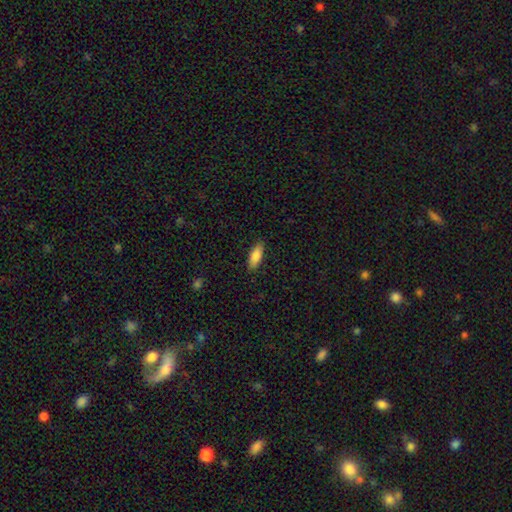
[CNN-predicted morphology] A smooth galaxy with no disk features (83%) that is in between round and cigar-shaped (73%). Merging: none (88%).